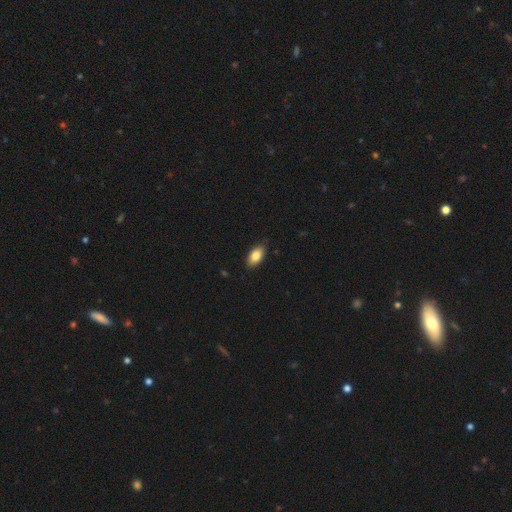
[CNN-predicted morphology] Smooth or featured?
  - smooth: 85% *
  - featured or disk: 8%
  - star or artifact: 7%
How rounded?
  - in between: 93% *
  - round: 4%
  - cigar-shaped: 3%
Merging?
  - none: 85% *
  - minor disturbance: 12%
  - major disturbance: 2%
  - merger: 1%